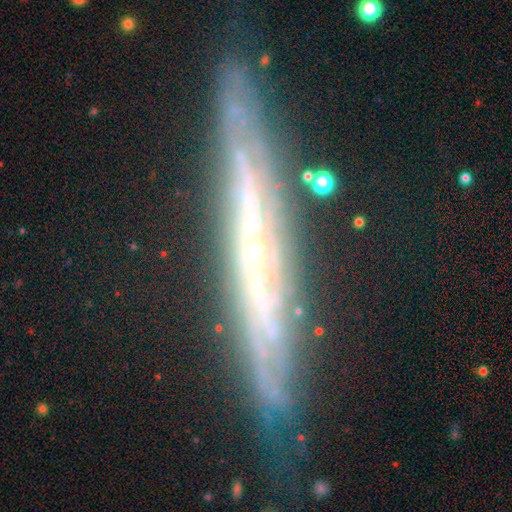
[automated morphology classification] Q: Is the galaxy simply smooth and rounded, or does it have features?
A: featured or disk — 74%.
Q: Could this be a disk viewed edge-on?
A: yes — 88%.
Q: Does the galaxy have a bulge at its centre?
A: none — 81%.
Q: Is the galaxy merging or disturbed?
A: none — 80%.